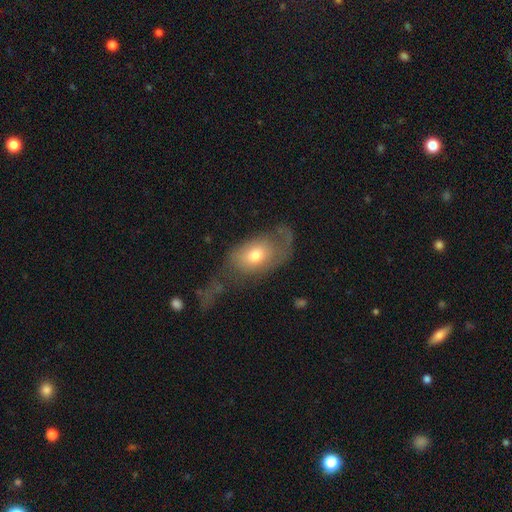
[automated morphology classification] This appears to be a smooth galaxy with no disk features (55%) that is in between round and cigar-shaped (83%). Merging: major disturbance (45%).